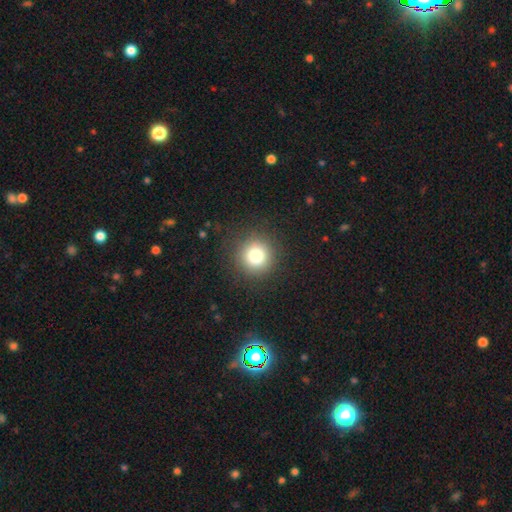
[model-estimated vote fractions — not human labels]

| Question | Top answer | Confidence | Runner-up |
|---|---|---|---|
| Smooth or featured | smooth | 80% | star or artifact (12%) |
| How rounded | round | 94% | in between (5%) |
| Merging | none | 89% | minor disturbance (7%) |